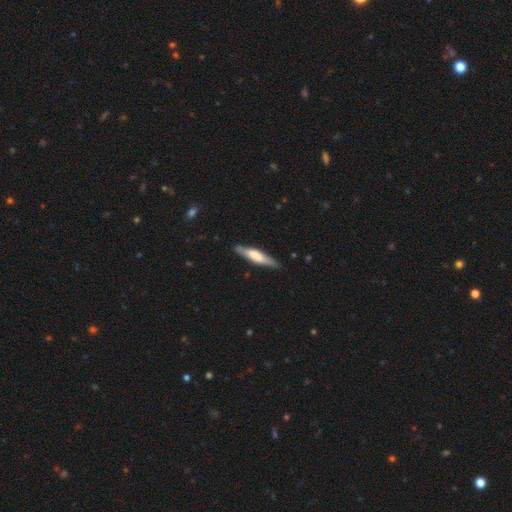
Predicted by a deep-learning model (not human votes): smooth-or-featured: smooth: 48% | featured or disk: 46% | star or artifact: 5%
  merging: none: 85% | minor disturbance: 12% | major disturbance: 2% | merger: 1%